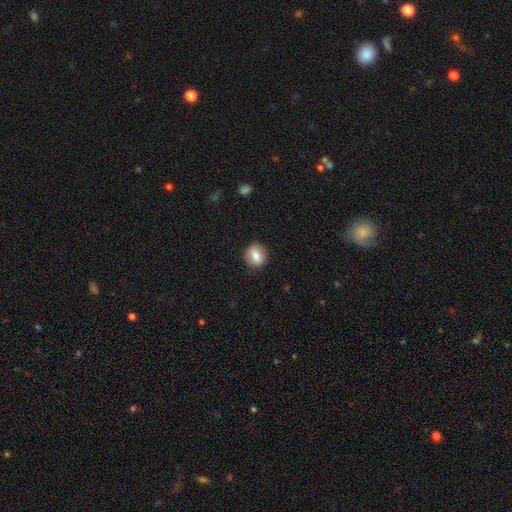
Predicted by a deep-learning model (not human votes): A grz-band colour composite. It shows a smooth galaxy with no disk features (80%) that is round (78%). Merging: none (88%).